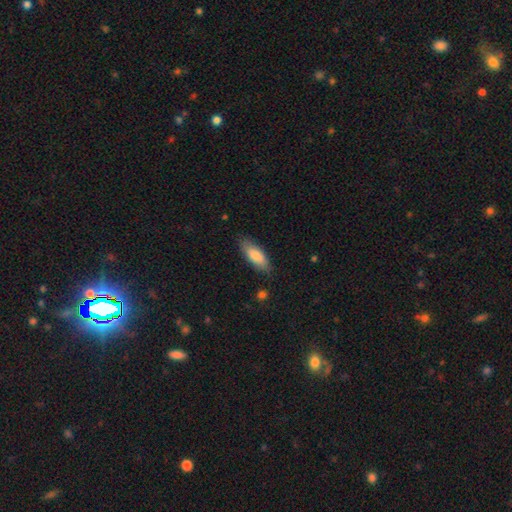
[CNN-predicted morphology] A smooth galaxy with no disk features (84%) that is in between round and cigar-shaped (68%).

Vote fractions:
- Smooth or featured? smooth: 84% / featured or disk: 11% / star or artifact: 6%
- How rounded? in between: 68% / cigar-shaped: 30% / round: 2%
- Merging? none: 81% / minor disturbance: 14% / major disturbance: 3% / merger: 2%